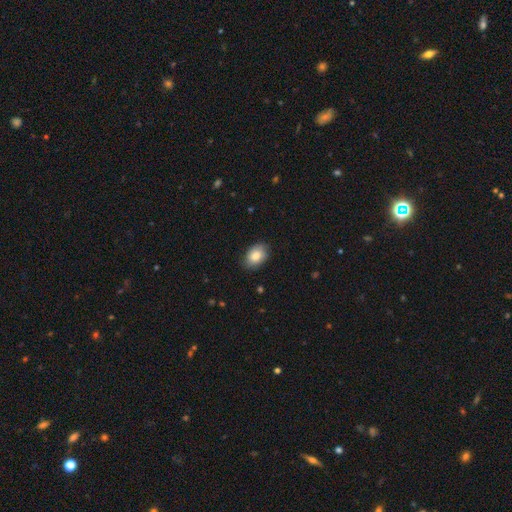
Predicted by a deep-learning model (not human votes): A smooth galaxy with no disk features (81%) that is in between round and cigar-shaped (80%). Merging: none (81%).